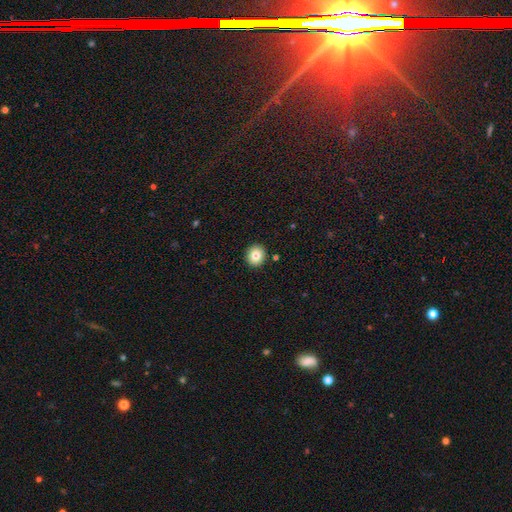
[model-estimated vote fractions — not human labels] Morphology: type=smooth (82%); roundness=round (89%); merging=none (92%).